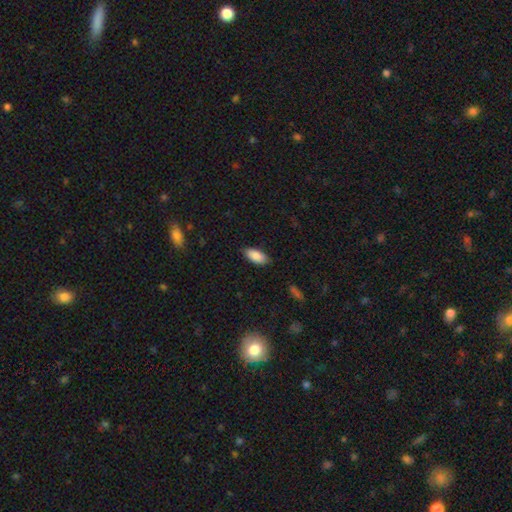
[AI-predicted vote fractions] Smooth or featured? Predicted: smooth (p=0.88). How rounded? Predicted: in between (p=0.89). Merging? Predicted: none (p=0.84).